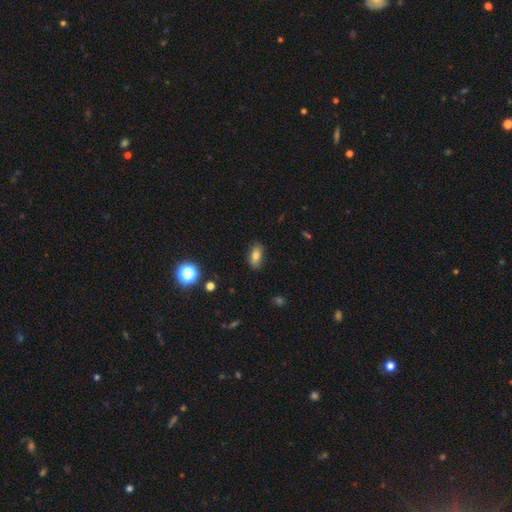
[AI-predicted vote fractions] smooth-or-featured: smooth: 74% | featured or disk: 15% | star or artifact: 11%
  how-rounded: in between: 85% | cigar-shaped: 8% | round: 6%
  merging: none: 86% | minor disturbance: 11% | major disturbance: 2% | merger: 1%